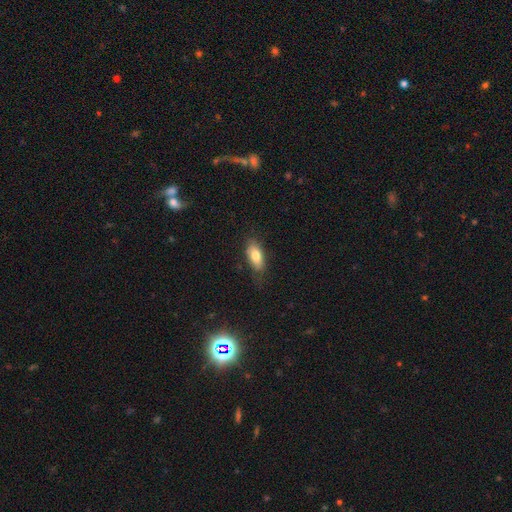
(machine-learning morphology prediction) Overall: smooth (77%). How rounded: in between (84%). Merging: none (75%).